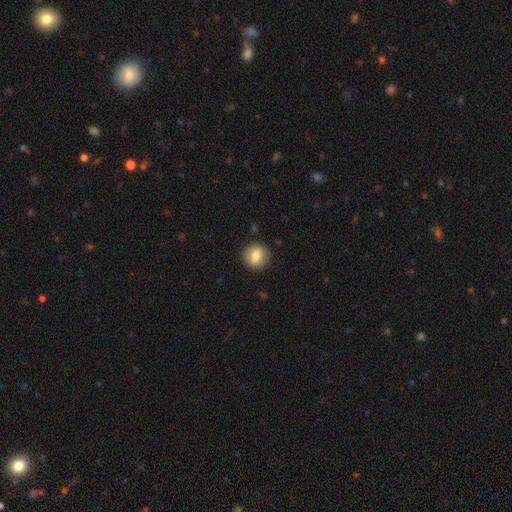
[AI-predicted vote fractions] smooth_or_featured: smooth (p=0.77) [alt: featured or disk p=0.15]
how_rounded: round (p=0.88) [alt: in between p=0.11]
merging: none (p=0.89) [alt: minor disturbance p=0.07]